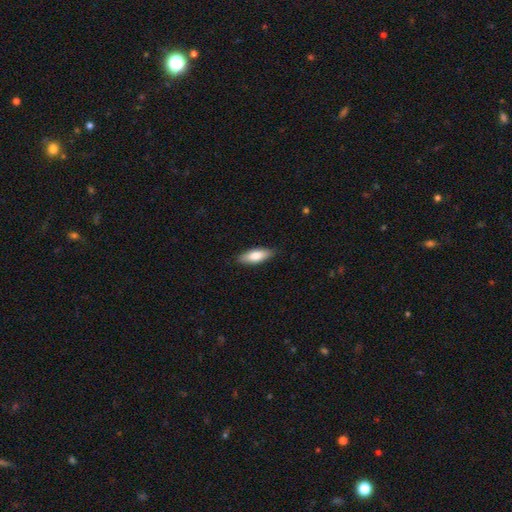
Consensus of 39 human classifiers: A smooth galaxy with no disk features (72%) that is in between round and cigar-shaped (71%).

Vote fractions:
- Smooth or featured? smooth: 72% / featured or disk: 26% / star or artifact: 3%
- How rounded? in between: 71% / cigar-shaped: 29% / round: 0%
- Merging? none: 92% / minor disturbance: 8% / major disturbance: 0% / merger: 0%